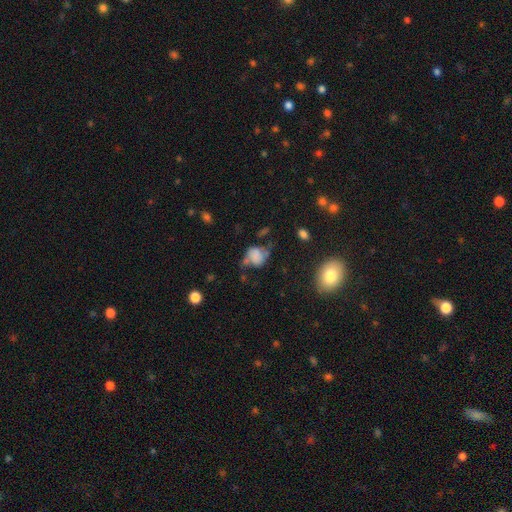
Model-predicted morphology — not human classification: type=smooth (63%); roundness=round (57%); merging=none (36%).